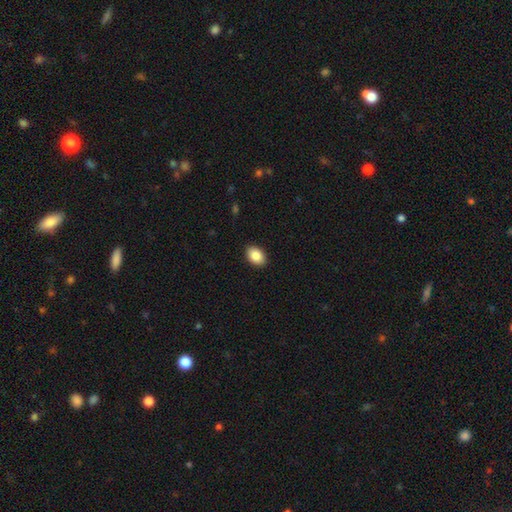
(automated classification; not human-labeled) Morphology: type=smooth (87%); roundness=in between (87%); merging=none (90%).